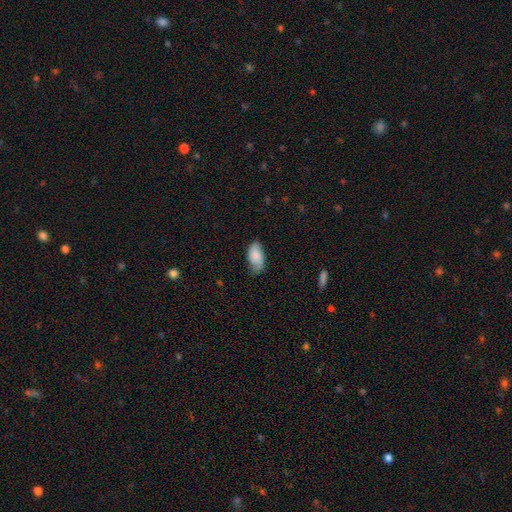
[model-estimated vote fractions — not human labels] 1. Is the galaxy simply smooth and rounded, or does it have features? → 77% smooth, 17% featured or disk, 7% star or artifact.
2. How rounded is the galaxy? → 94% in between, 3% cigar-shaped, 3% round.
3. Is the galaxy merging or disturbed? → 65% none, 28% minor disturbance, 5% major disturbance, 1% merger.